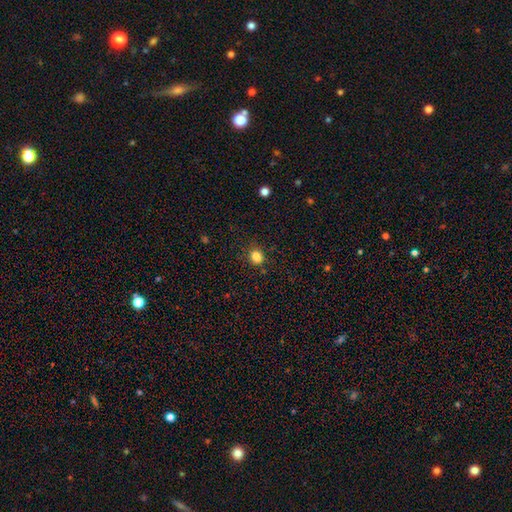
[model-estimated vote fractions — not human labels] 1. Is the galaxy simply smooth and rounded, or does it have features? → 81% smooth, 13% star or artifact, 6% featured or disk.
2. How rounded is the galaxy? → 57% round, 42% in between, 1% cigar-shaped.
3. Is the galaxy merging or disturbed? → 69% none, 16% minor disturbance, 10% merger, 5% major disturbance.